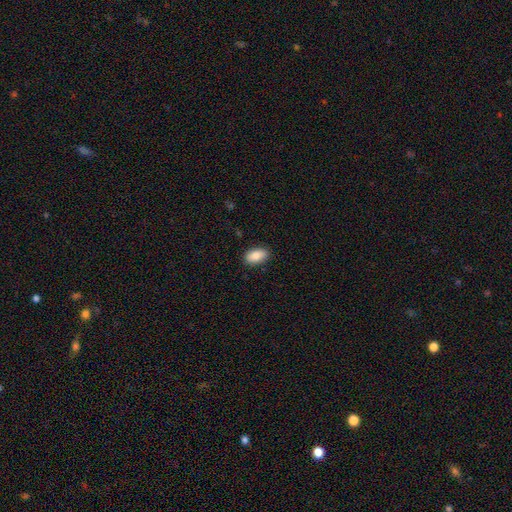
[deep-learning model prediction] Smooth or featured?
  - smooth: 86% *
  - featured or disk: 7%
  - star or artifact: 7%
How rounded?
  - in between: 93% *
  - round: 5%
  - cigar-shaped: 2%
Merging?
  - none: 88% *
  - minor disturbance: 9%
  - major disturbance: 2%
  - merger: 1%